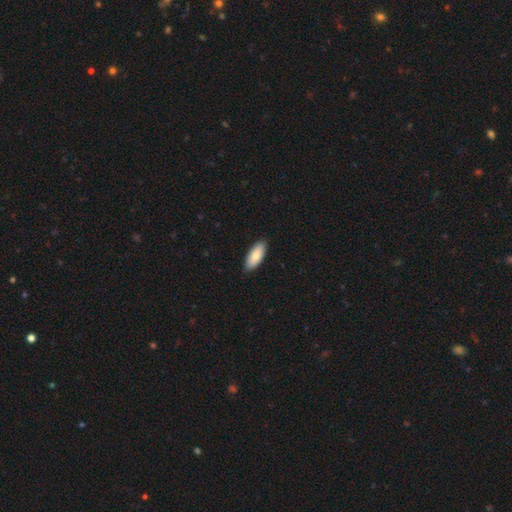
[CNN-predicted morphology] smooth-or-featured: smooth: 79% | featured or disk: 15% | star or artifact: 5%
  how-rounded: in between: 83% | cigar-shaped: 15% | round: 2%
  merging: none: 90% | minor disturbance: 8% | major disturbance: 1% | merger: 1%